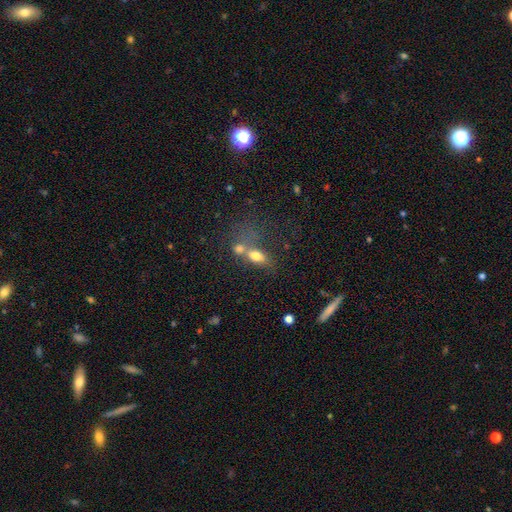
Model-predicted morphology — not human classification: Smooth or featured?
  - smooth: 71% *
  - featured or disk: 17%
  - star or artifact: 12%
How rounded?
  - in between: 75% *
  - round: 16%
  - cigar-shaped: 10%
Merging?
  - merger: 50% *
  - none: 29%
  - minor disturbance: 11%
  - major disturbance: 10%